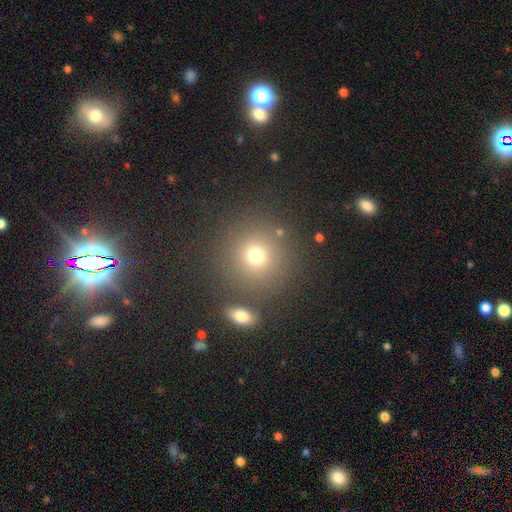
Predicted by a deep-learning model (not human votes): The model was most divided on "smooth or featured": smooth: 73%, star or artifact: 18%, featured or disk: 9%. More confident: how rounded — round (91%); merging — none (79%).